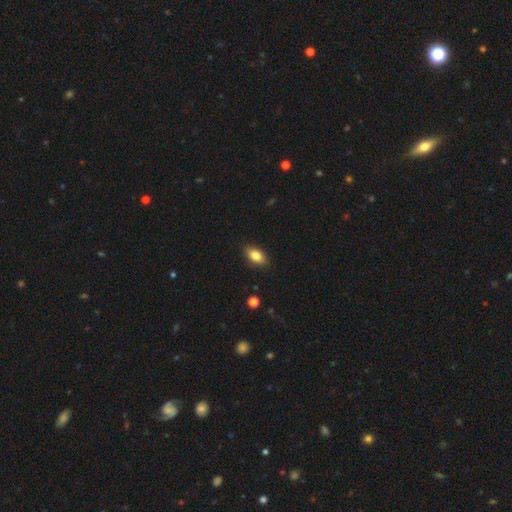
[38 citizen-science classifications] Smooth or featured? 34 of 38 (89%) said smooth. How rounded? 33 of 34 (97%) said in between. Merging? 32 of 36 (89%) said none.